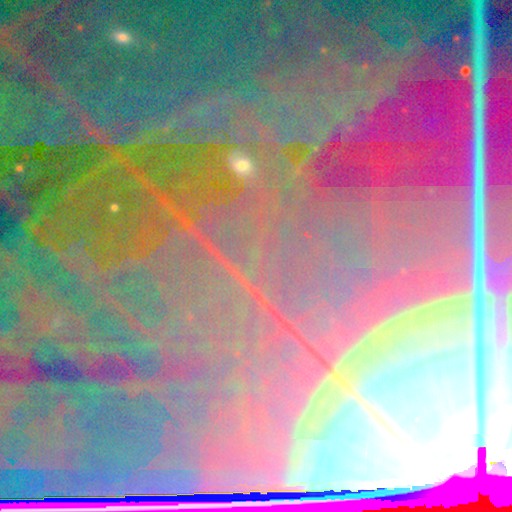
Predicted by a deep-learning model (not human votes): smooth-or-featured: star or artifact: 85% | featured or disk: 9% | smooth: 7%